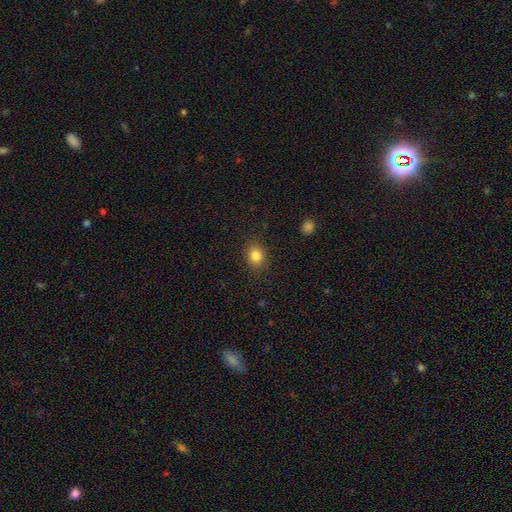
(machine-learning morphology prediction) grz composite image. It shows a smooth galaxy with no disk features (83%) that is round (61%). Merging: none (87%).